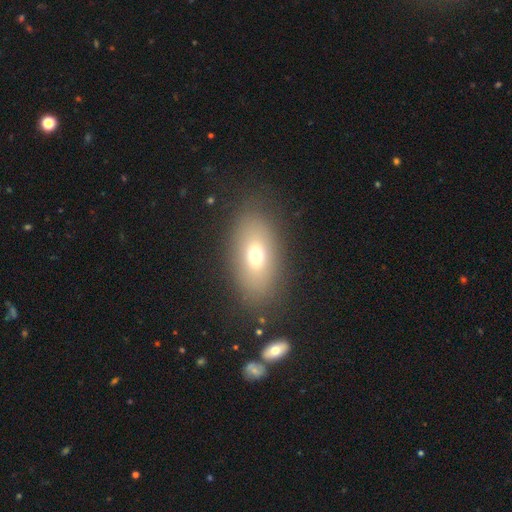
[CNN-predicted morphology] This is likely a smooth galaxy (67%). How rounded: clearly in between (84%). Merging: clearly none (82%).